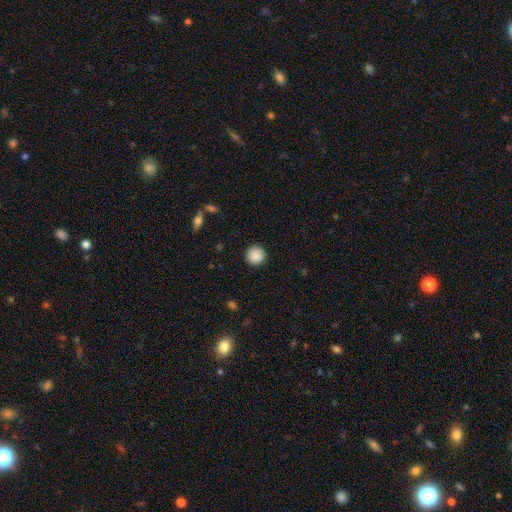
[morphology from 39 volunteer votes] Overall: smooth (100%). How rounded: round (100%). Merging: none (95%).